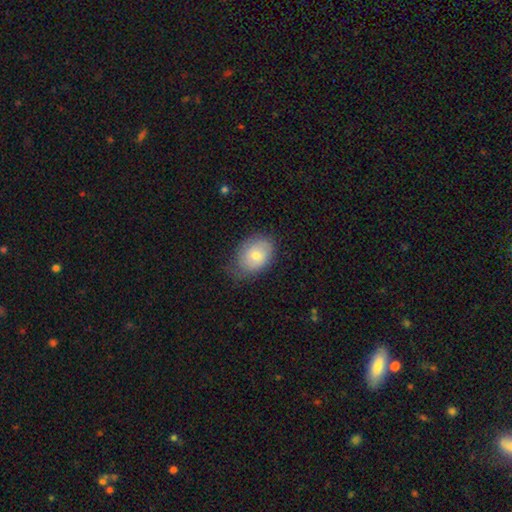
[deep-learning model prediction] Smooth or featured?
  - smooth: 71% *
  - featured or disk: 22%
  - star or artifact: 7%
How rounded?
  - in between: 70% *
  - round: 29%
  - cigar-shaped: 1%
Merging?
  - none: 63% *
  - minor disturbance: 29%
  - major disturbance: 8%
  - merger: 1%